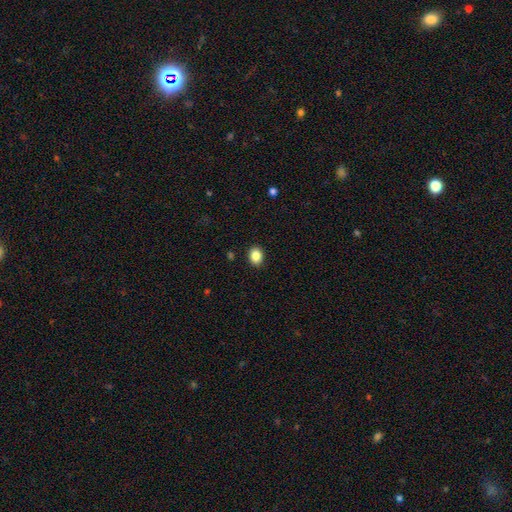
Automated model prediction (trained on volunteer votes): Morphology: type=smooth (87%); roundness=in between (52%); merging=none (90%).